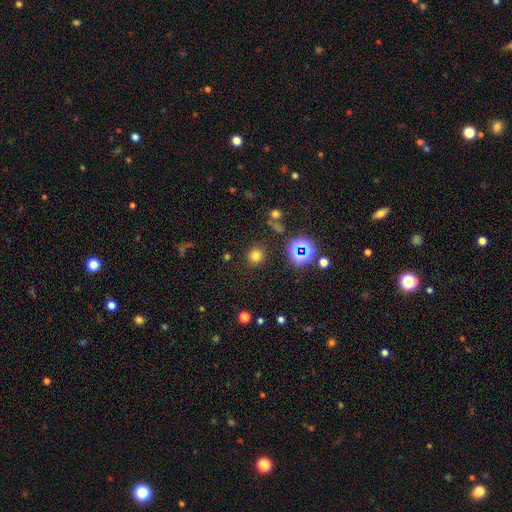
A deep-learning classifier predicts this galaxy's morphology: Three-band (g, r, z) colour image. It shows a smooth galaxy with no disk features (72%) that is round (93%). Merging: none (88%).